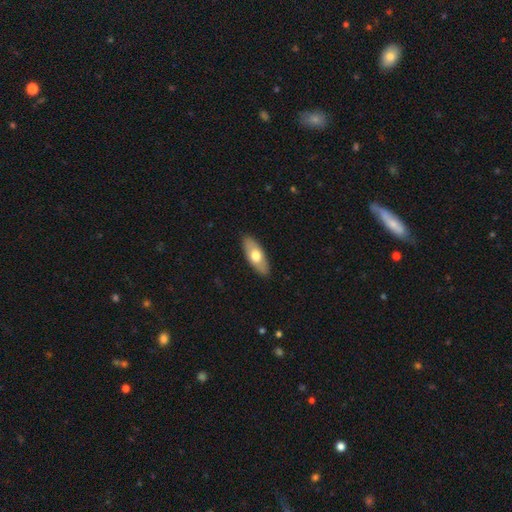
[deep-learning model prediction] Morphology: type=smooth (62%); roundness=in between (82%); merging=none (88%).